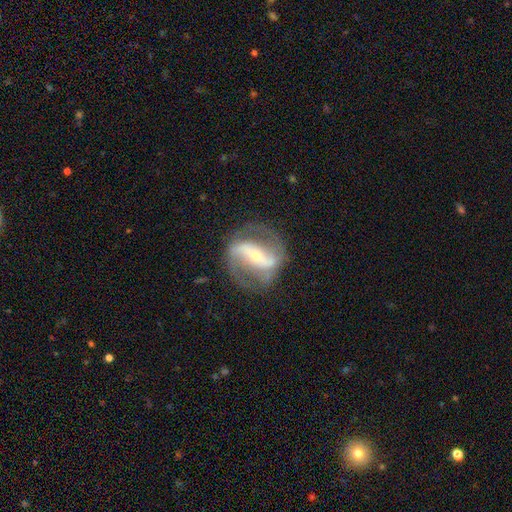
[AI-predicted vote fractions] This appears to be a featured or disk galaxy (87%) with a strong bar (66%), 2 (90%) medium (46%) spiral arms (93%) and a small central bulge (59%). Merging: none (75%).